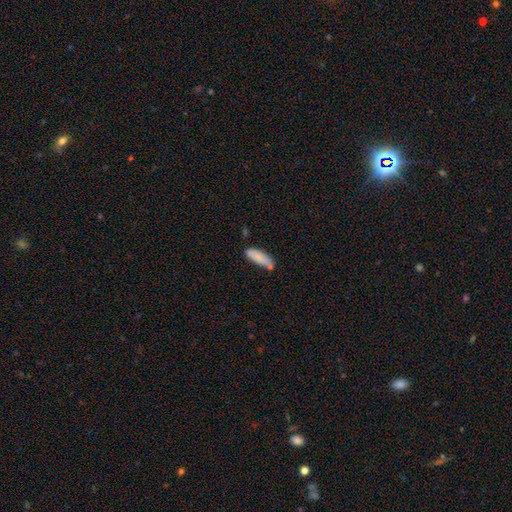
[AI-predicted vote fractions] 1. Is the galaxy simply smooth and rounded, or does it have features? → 84% smooth, 9% featured or disk, 7% star or artifact.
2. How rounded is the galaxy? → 52% in between, 47% cigar-shaped, 2% round.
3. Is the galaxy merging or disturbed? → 64% none, 22% minor disturbance, 10% merger, 5% major disturbance.